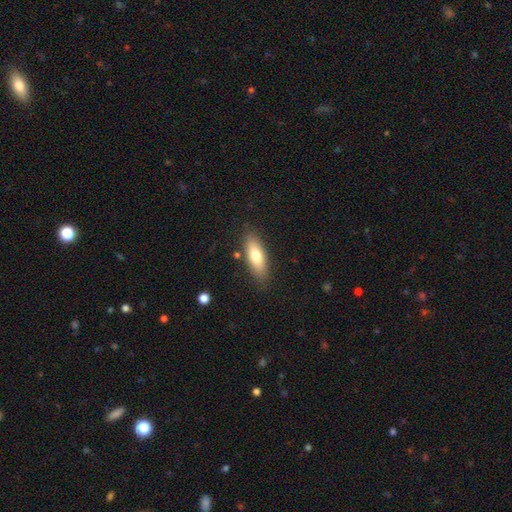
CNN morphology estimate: smooth_or_featured: smooth (p=0.72) [alt: featured or disk p=0.22]
how_rounded: in between (p=0.66) [alt: cigar-shaped p=0.31]
merging: none (p=0.84) [alt: minor disturbance p=0.11]